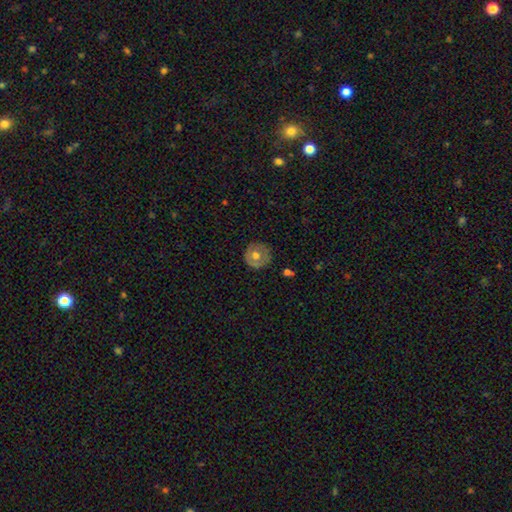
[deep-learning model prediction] Smooth or featured?
  - smooth: 58% *
  - featured or disk: 34%
  - star or artifact: 7%
How rounded?
  - round: 94% *
  - in between: 5%
  - cigar-shaped: 1%
Merging?
  - none: 83% *
  - minor disturbance: 12%
  - major disturbance: 3%
  - merger: 1%